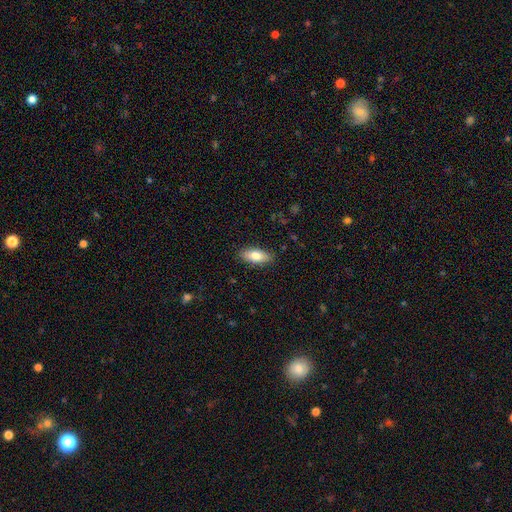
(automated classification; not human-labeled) Morphology: type=smooth (79%); roundness=in between (82%); merging=none (87%).